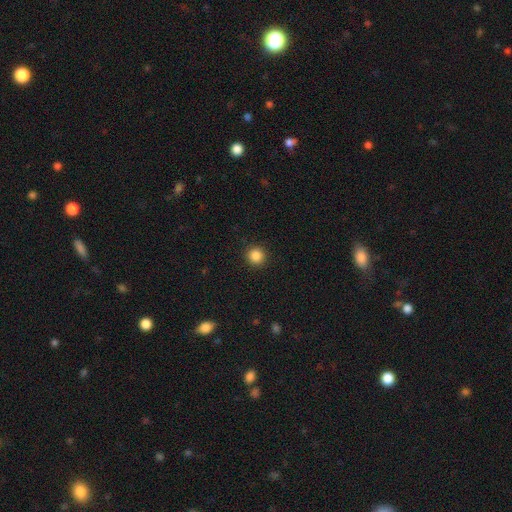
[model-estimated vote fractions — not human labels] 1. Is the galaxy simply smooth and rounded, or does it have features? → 86% smooth, 11% star or artifact, 3% featured or disk.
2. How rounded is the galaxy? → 94% round, 5% in between, 1% cigar-shaped.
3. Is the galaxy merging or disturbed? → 92% none, 5% minor disturbance, 2% major disturbance, 1% merger.